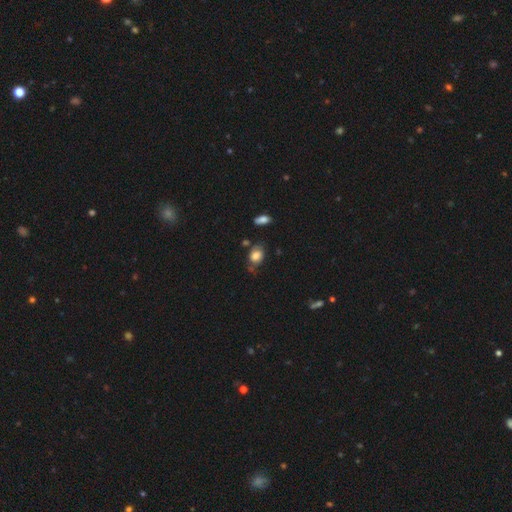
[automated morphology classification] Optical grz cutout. It shows a smooth galaxy with no disk features (77%) that is in between round and cigar-shaped (67%). Merging: none (57%).